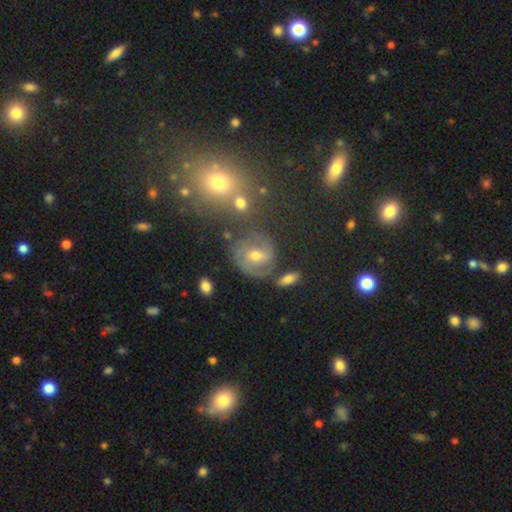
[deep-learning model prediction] smooth_or_featured: featured or disk (p=0.67) [alt: smooth p=0.21]
disk_edge_on: no (p=0.96) [alt: yes p=0.04]
bar: weak (p=0.48) [alt: no p=0.37]
has_spiral_arms: yes (p=0.87) [alt: no p=0.13]
spiral_winding: tight (p=0.49) [alt: medium p=0.39]
spiral_arm_count: 2 (p=0.52) [alt: can't tell p=0.22]
bulge_size: moderate (p=0.60) [alt: small p=0.35]
merging: none (p=0.65) [alt: minor disturbance p=0.19]